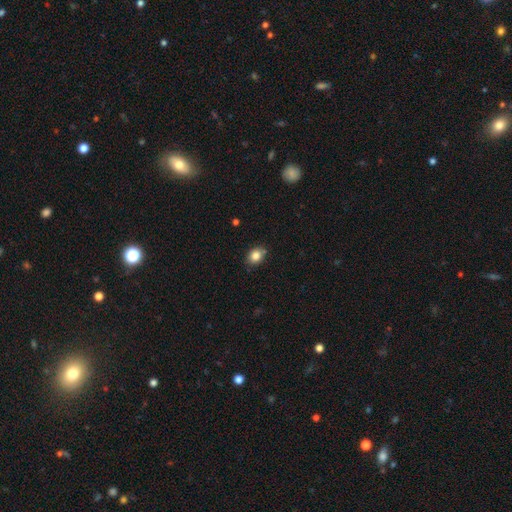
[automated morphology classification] This appears to be a smooth galaxy with no disk features (84%) that is in between round and cigar-shaped (57%). Merging: none (77%).